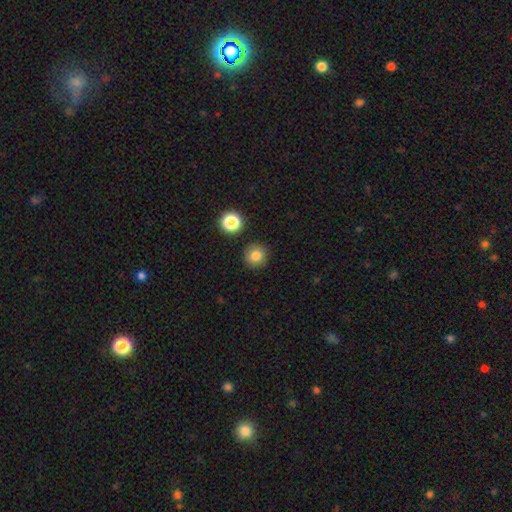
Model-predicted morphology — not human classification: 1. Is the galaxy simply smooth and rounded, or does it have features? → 81% smooth, 12% star or artifact, 7% featured or disk.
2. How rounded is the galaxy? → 94% round, 5% in between, 1% cigar-shaped.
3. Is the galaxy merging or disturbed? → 90% none, 6% minor disturbance, 2% merger, 2% major disturbance.